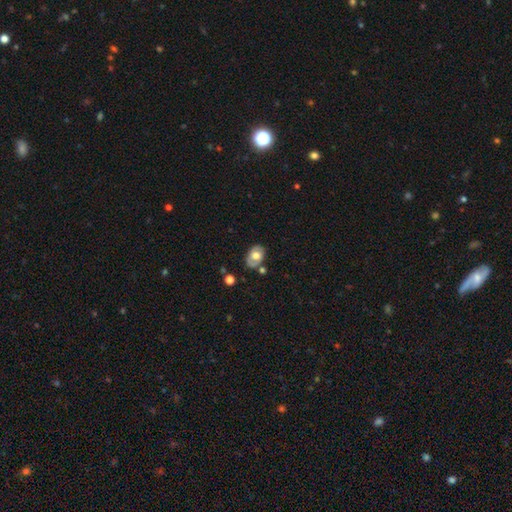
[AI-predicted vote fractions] This is possibly a smooth galaxy (55%). How rounded: clearly in between (82%). Merging: likely none (66%).